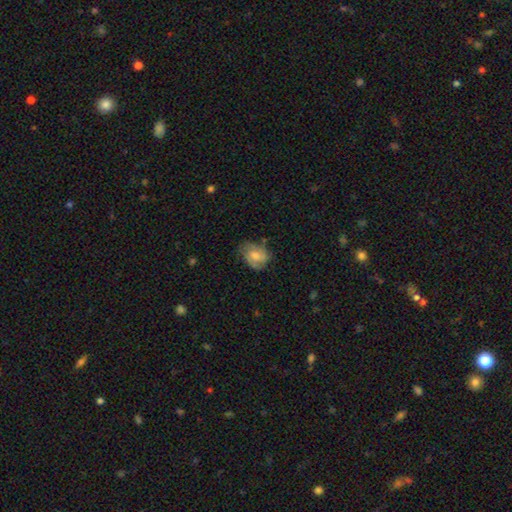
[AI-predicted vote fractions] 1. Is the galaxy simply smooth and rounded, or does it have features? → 54% smooth, 38% featured or disk, 8% star or artifact.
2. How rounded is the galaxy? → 64% in between, 35% round, 1% cigar-shaped.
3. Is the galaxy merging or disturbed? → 56% none, 31% minor disturbance, 12% major disturbance, 2% merger.